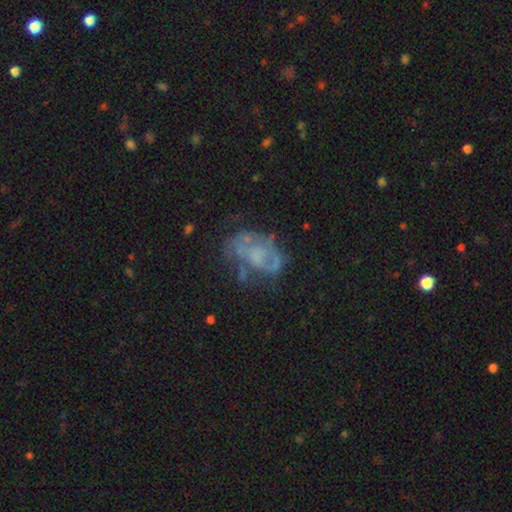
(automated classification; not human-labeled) This is likely a featured or disk galaxy (66%). It is clearly not viewed edge-on (97%). Bar: clearly no (82%). Spiral arm pattern: possibly no (58%). Central bulge: possibly none (53%). Merging: possibly none (47%).